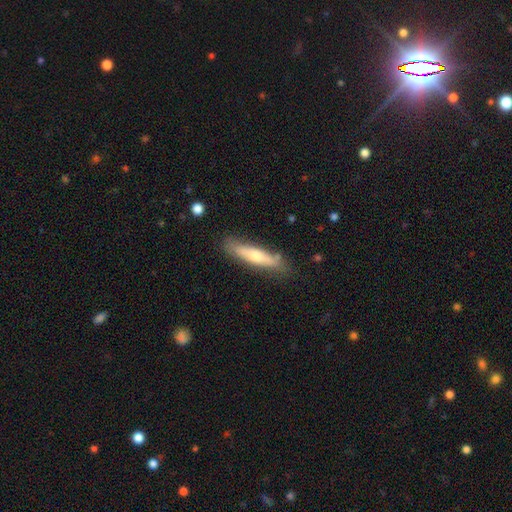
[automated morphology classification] smooth_or_featured: featured or disk (p=0.48) [alt: smooth p=0.45]
merging: none (p=0.83) [alt: minor disturbance p=0.13]